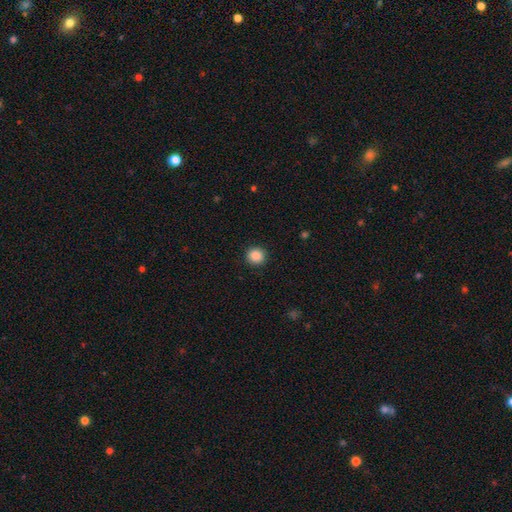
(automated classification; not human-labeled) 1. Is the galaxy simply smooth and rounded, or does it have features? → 88% smooth, 9% star or artifact, 3% featured or disk.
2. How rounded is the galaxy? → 90% round, 9% in between, 1% cigar-shaped.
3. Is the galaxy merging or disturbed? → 91% none, 6% minor disturbance, 2% major disturbance, 1% merger.